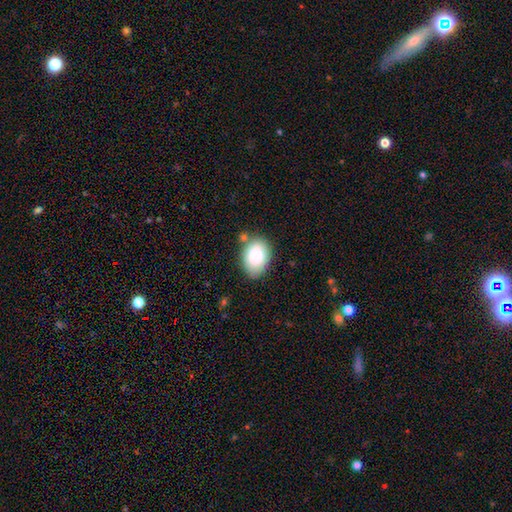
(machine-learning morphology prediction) Smooth or featured? Predicted: smooth (p=0.85). How rounded? Predicted: in between (p=0.80). Merging? Predicted: none (p=0.70).